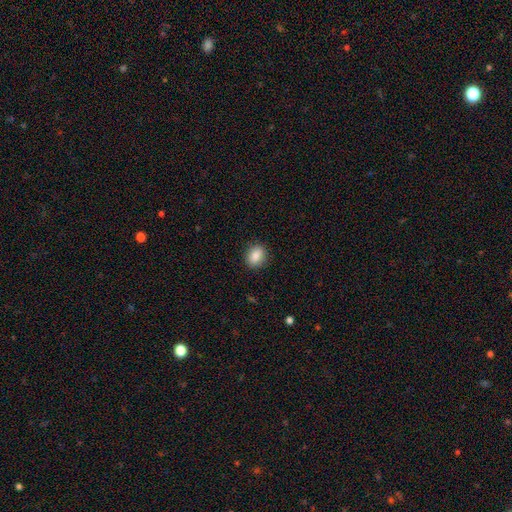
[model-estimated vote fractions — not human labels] Smooth or featured? smooth (86%)
How rounded? round (54%)
Merging? none (89%)